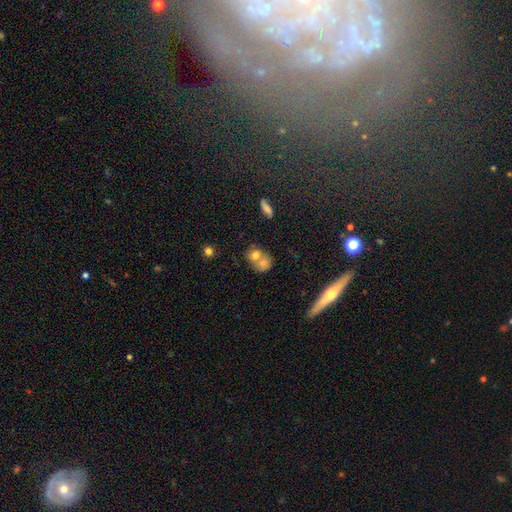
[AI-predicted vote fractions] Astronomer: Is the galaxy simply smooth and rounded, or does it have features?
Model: smooth — 71%.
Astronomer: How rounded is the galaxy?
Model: round — 60% (runner-up: in between, 38%).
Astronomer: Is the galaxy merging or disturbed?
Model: merger — 64%.